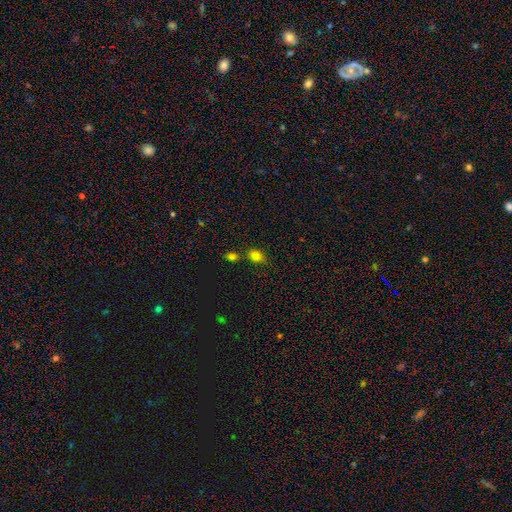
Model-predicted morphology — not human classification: This is likely a smooth galaxy (79%). How rounded: possibly in between (56%). Merging: likely none (68%).